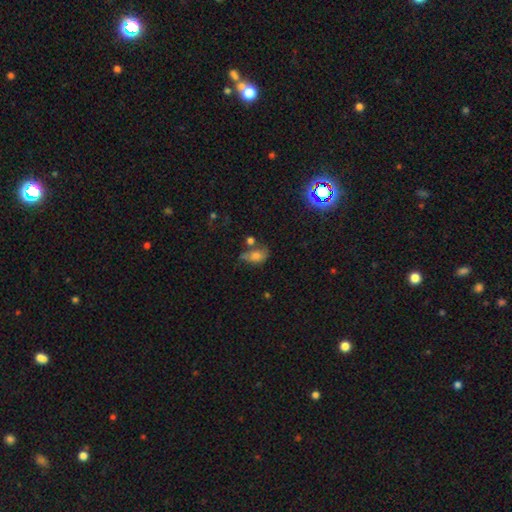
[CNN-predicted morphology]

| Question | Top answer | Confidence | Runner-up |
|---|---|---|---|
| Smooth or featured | smooth | 69% | featured or disk (18%) |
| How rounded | in between | 82% | round (15%) |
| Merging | none | 33% | minor disturbance (30%) |